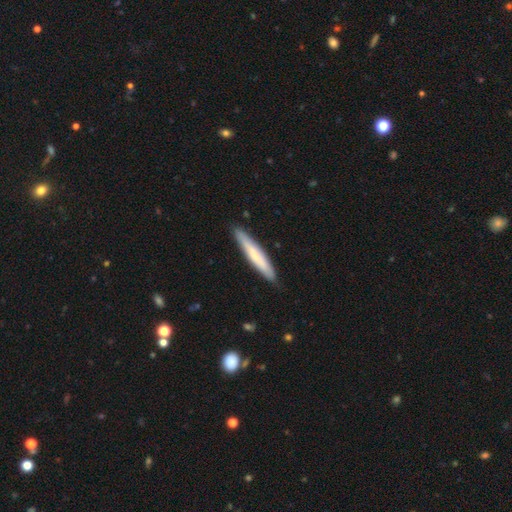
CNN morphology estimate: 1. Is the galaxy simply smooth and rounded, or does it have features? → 65% smooth, 30% featured or disk, 5% star or artifact.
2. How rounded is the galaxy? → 94% cigar-shaped, 5% in between, 1% round.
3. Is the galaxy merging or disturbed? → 87% none, 10% minor disturbance, 2% major disturbance, 1% merger.